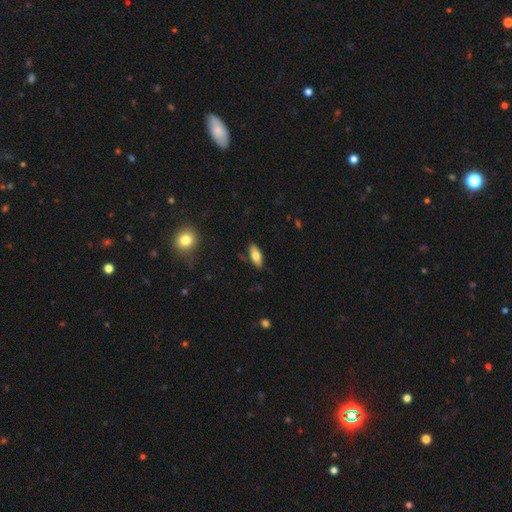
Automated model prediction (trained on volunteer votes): A smooth galaxy with no disk features (74%) that is in between round and cigar-shaped (81%). Merging: none (86%).